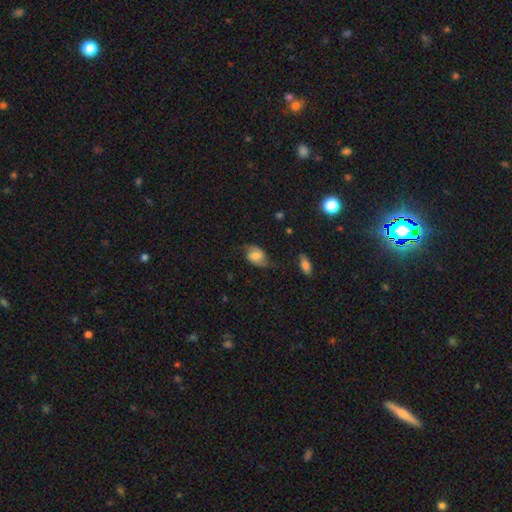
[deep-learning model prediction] Smooth or featured? featured or disk (47%)
Merging? none (62%)